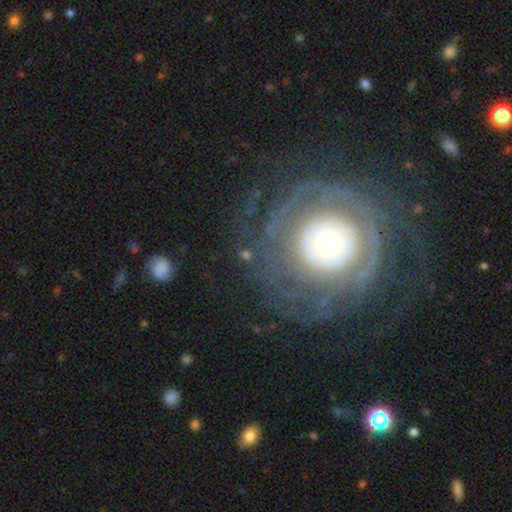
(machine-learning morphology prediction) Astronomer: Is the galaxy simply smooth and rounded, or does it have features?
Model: featured or disk — 74%.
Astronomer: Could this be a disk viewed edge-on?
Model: no — 97%.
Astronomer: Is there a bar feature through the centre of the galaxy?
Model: no — 86%.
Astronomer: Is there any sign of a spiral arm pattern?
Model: yes — 79%.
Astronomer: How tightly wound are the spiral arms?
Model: tight — 75%.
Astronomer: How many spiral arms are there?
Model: can't tell — 45%.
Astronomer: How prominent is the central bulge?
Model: small — 43% (runner-up: moderate, 28%).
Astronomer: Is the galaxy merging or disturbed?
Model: none — 74%.